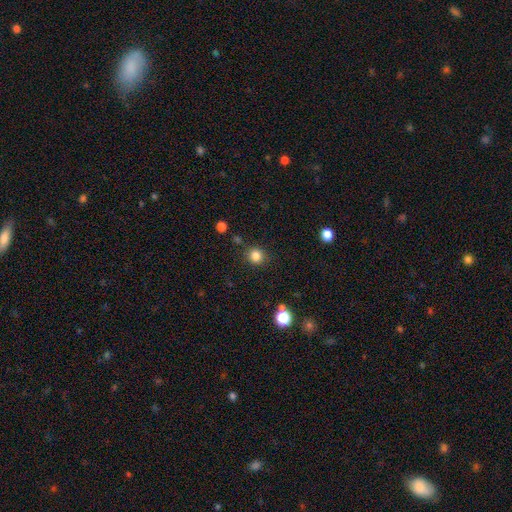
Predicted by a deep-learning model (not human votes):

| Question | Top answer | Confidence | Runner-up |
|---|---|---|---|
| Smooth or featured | smooth | 83% | star or artifact (13%) |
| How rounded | round | 87% | in between (12%) |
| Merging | none | 85% | minor disturbance (9%) |